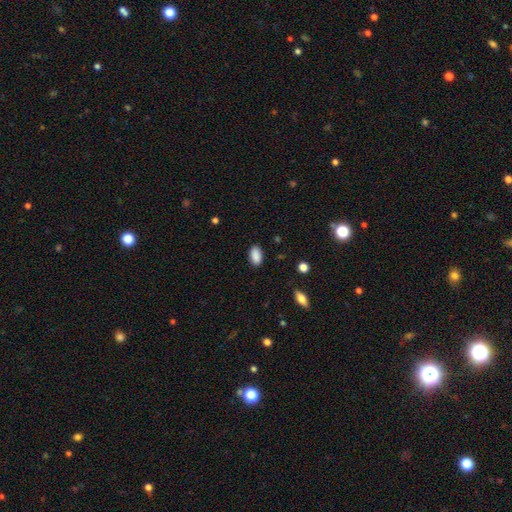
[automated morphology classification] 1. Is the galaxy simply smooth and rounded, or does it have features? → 89% smooth, 8% star or artifact, 4% featured or disk.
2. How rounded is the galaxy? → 93% in between, 4% round, 3% cigar-shaped.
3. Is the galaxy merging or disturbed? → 86% none, 10% minor disturbance, 2% major disturbance, 1% merger.